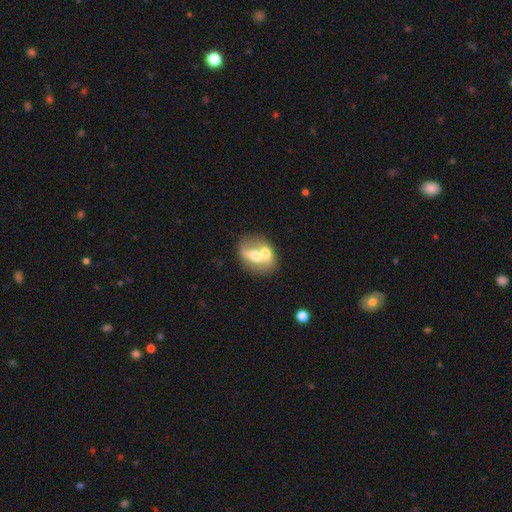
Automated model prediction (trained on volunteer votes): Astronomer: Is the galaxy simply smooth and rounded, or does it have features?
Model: smooth — 50% (runner-up: featured or disk, 42%).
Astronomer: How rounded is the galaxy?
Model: in between — 58% (runner-up: round, 40%).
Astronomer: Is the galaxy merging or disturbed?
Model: merger — 53% (runner-up: none, 32%).